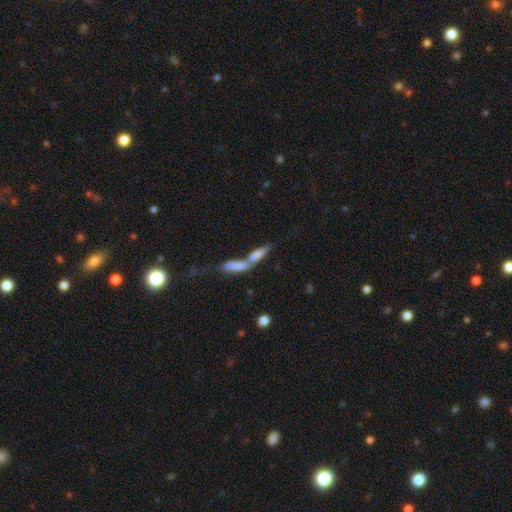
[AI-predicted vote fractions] This appears to be a smooth galaxy with no disk features (68%) that is cigar-shaped (52%). Merging: merger (70%).